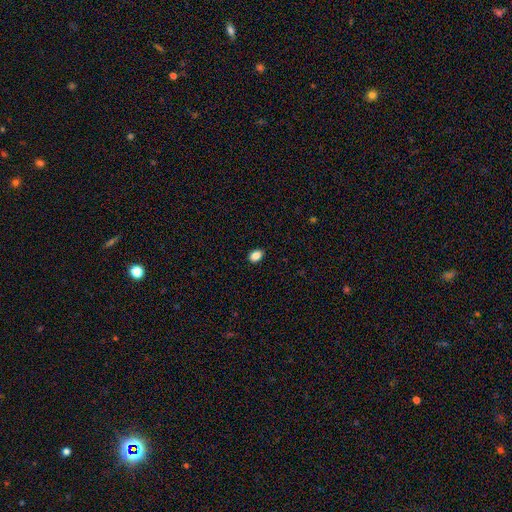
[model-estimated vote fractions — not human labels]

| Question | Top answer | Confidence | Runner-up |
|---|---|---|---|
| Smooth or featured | smooth | 87% | star or artifact (10%) |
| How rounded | in between | 70% | round (29%) |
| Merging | none | 88% | minor disturbance (9%) |